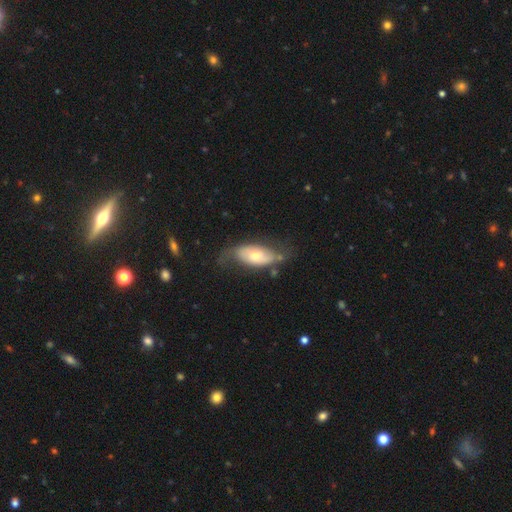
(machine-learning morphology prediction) Smooth or featured?
  - featured or disk: 52% *
  - smooth: 42%
  - star or artifact: 6%
Edge-on disk?
  - no: 86% *
  - yes: 14%
Merging?
  - none: 52% *
  - minor disturbance: 27%
  - major disturbance: 17%
  - merger: 4%